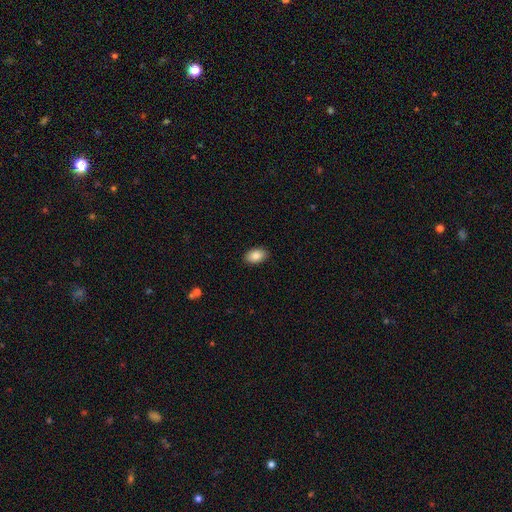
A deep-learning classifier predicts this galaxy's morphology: This is clearly a smooth galaxy (86%). How rounded: clearly in between (91%). Merging: clearly none (90%).